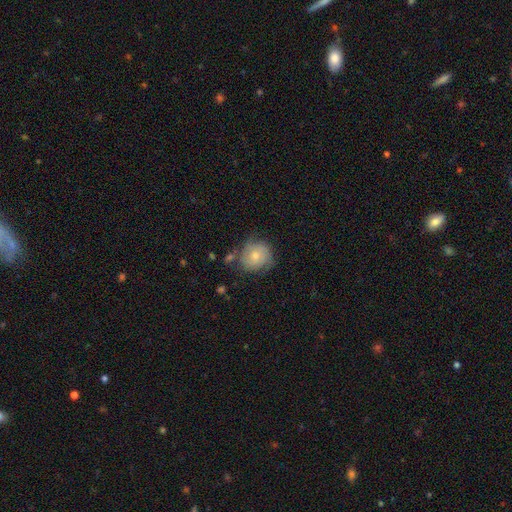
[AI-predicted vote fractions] A smooth galaxy with no disk features (58%) that is round (82%). Merging: none (62%).